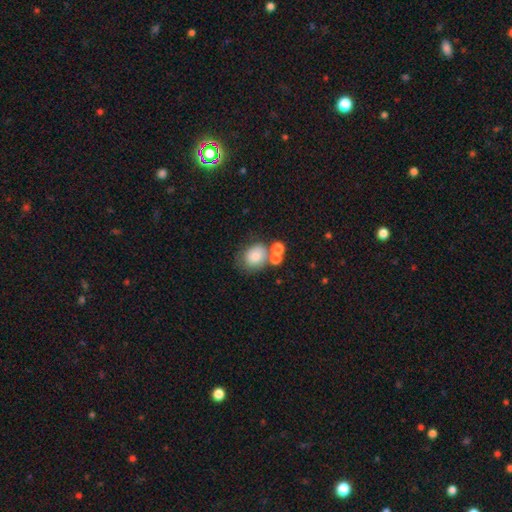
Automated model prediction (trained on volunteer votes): A smooth galaxy with no disk features (79%) that is in between round and cigar-shaped (57%).

Vote fractions:
- Smooth or featured? smooth: 79% / featured or disk: 11% / star or artifact: 10%
- How rounded? in between: 57% / round: 42% / cigar-shaped: 1%
- Merging? none: 49% / merger: 26% / minor disturbance: 17% / major disturbance: 8%